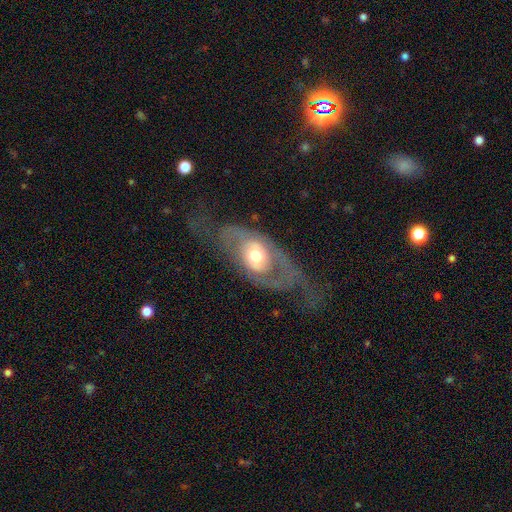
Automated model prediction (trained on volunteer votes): Smooth or featured: featured or disk — 71% (smooth — 23%)
Edge-on disk: no — 91% (yes — 9%)
Bar: no — 69% (weak — 23%)
Spiral arms: yes — 67% (no — 33%)
Bulge size: moderate — 65% (large — 23%)
Merging: none — 50% (major disturbance — 29%)